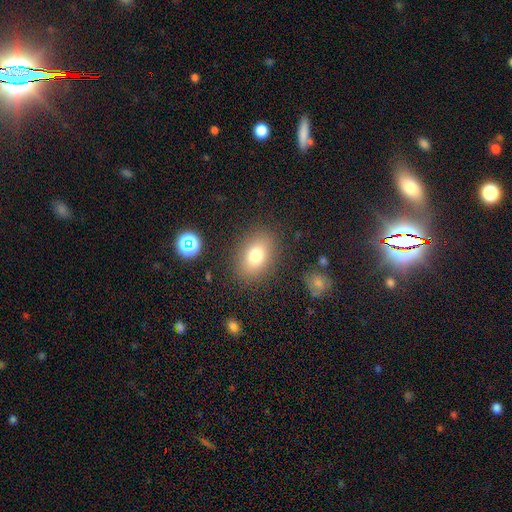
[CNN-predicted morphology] Smooth or featured?
  - smooth: 76% *
  - featured or disk: 12%
  - star or artifact: 12%
How rounded?
  - in between: 72% *
  - round: 27%
  - cigar-shaped: 1%
Merging?
  - none: 84% *
  - minor disturbance: 10%
  - major disturbance: 4%
  - merger: 2%